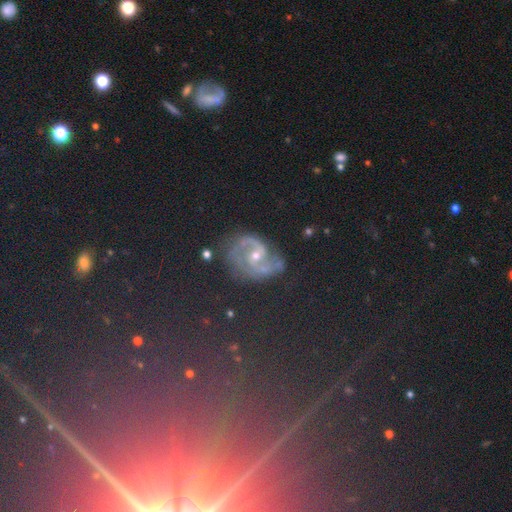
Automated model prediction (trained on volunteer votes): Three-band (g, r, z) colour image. It shows a featured or disk galaxy (49%). Merging: none (71%).